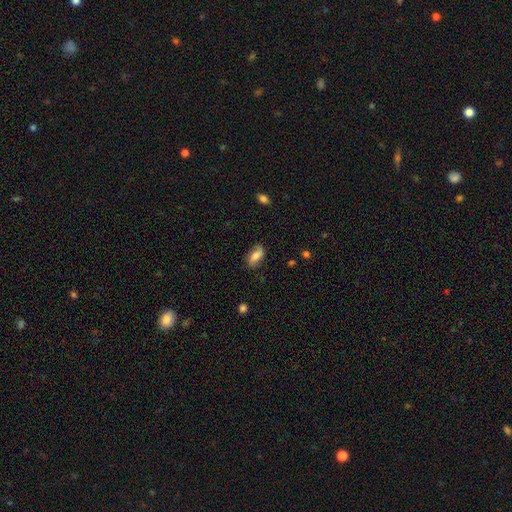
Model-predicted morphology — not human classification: This appears to be a smooth galaxy with no disk features (66%) that is in between round and cigar-shaped (88%). Merging: none (72%).